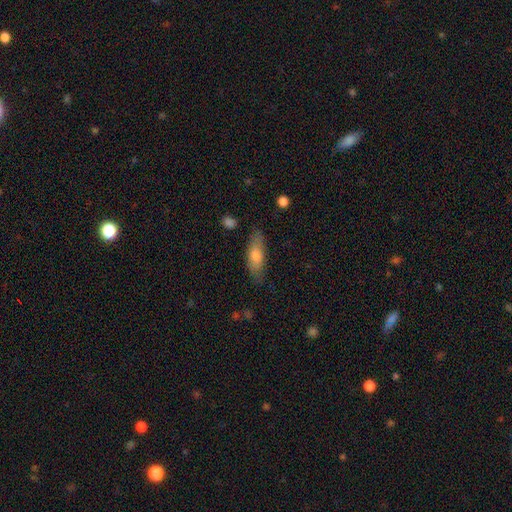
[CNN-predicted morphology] Smooth or featured? smooth (68%)
How rounded? in between (53%)
Merging? none (80%)